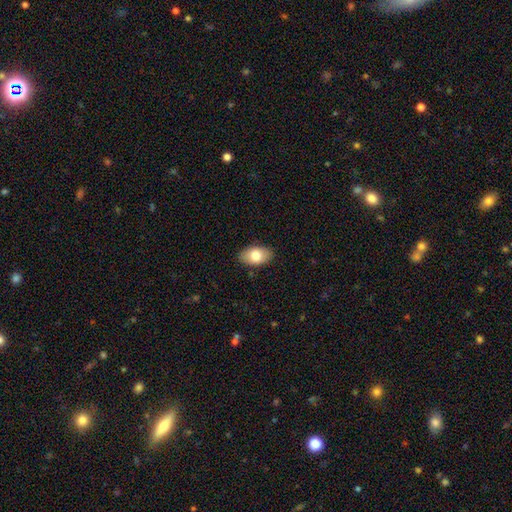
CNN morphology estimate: Q: Smooth or featured?
A: smooth (79%); runner-up: featured or disk (15%)
Q: How rounded?
A: in between (92%); runner-up: round (6%)
Q: Merging?
A: none (87%); runner-up: minor disturbance (10%)